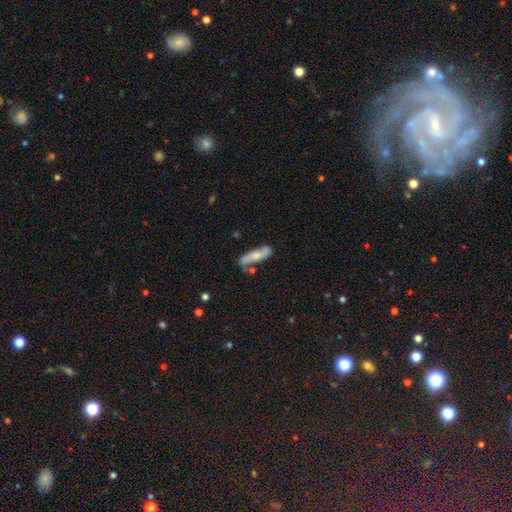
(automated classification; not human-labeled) This is possibly a smooth galaxy (52%). How rounded: possibly cigar-shaped (58%). Merging: likely none (62%).